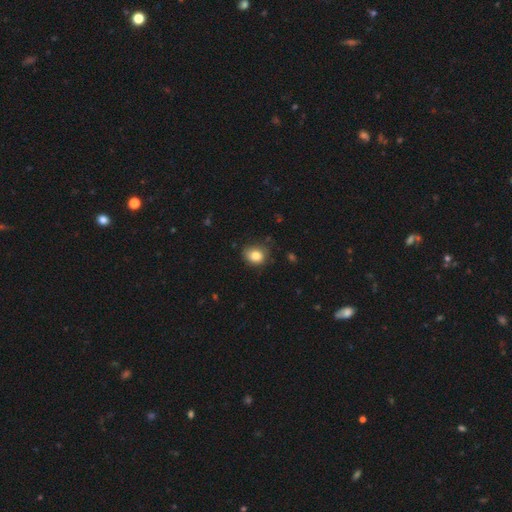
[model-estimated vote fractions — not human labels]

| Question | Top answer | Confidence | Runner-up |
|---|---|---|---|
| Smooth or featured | smooth | 83% | star or artifact (9%) |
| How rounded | round | 61% | in between (38%) |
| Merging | none | 75% | minor disturbance (19%) |